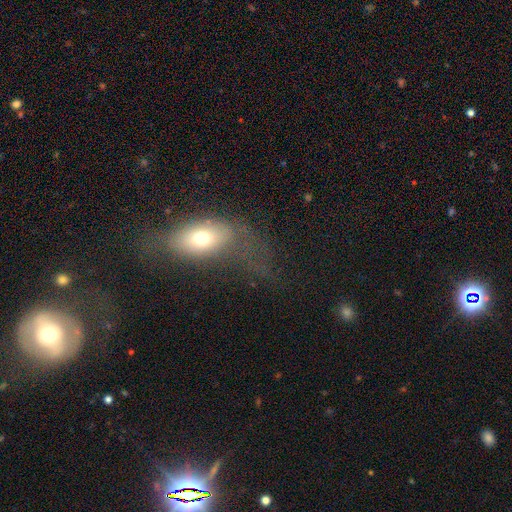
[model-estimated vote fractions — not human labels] A smooth galaxy with no disk features (55%) that is in between round and cigar-shaped (76%). Merging: major disturbance (44%).